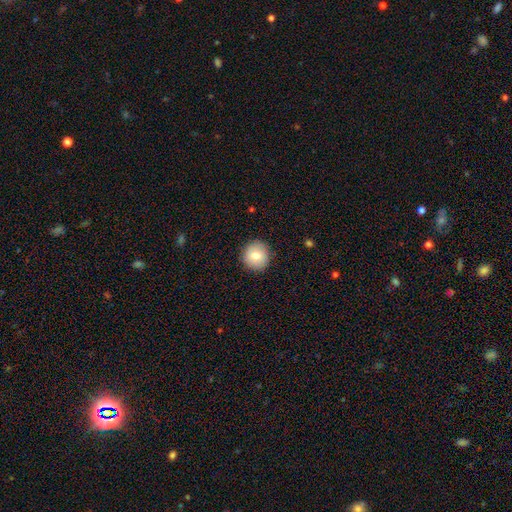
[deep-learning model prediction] A smooth galaxy with no disk features (79%) that is round (93%). Merging: none (90%).